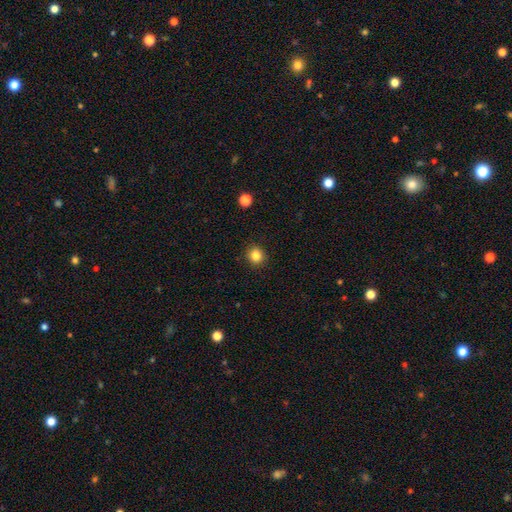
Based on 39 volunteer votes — smooth-or-featured: smooth: 85% | star or artifact: 10% | featured or disk: 5%
  how-rounded: round: 91% | in between: 9% | cigar-shaped: 0%
  merging: none: 89% | minor disturbance: 11% | major disturbance: 0% | merger: 0%